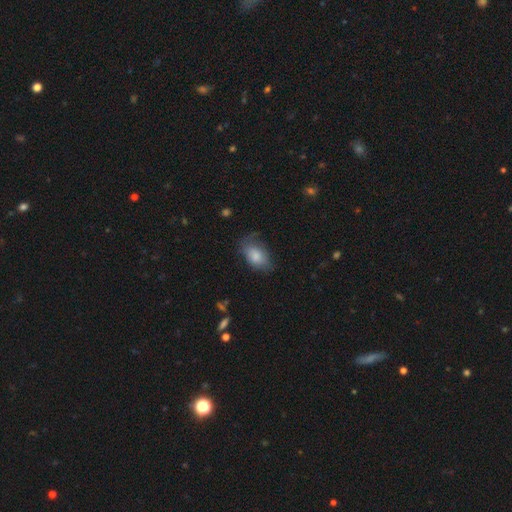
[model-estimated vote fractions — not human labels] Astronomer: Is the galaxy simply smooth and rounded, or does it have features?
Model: smooth — 79%.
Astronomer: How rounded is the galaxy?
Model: in between — 88%.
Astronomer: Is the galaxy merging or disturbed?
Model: none — 54% (runner-up: minor disturbance, 31%).